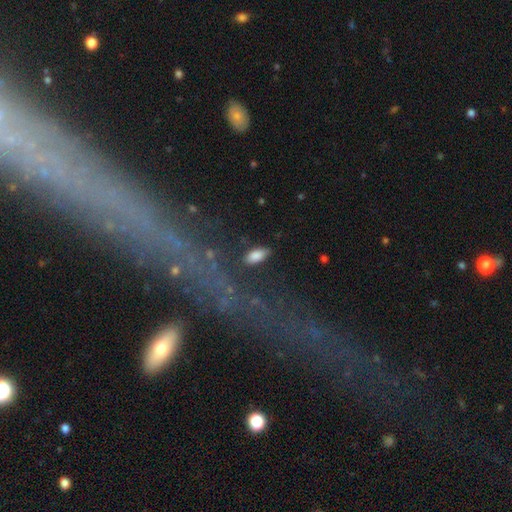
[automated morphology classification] This appears to be a smooth galaxy with no disk features (83%) that is in between round and cigar-shaped (88%). Merging: none (83%).